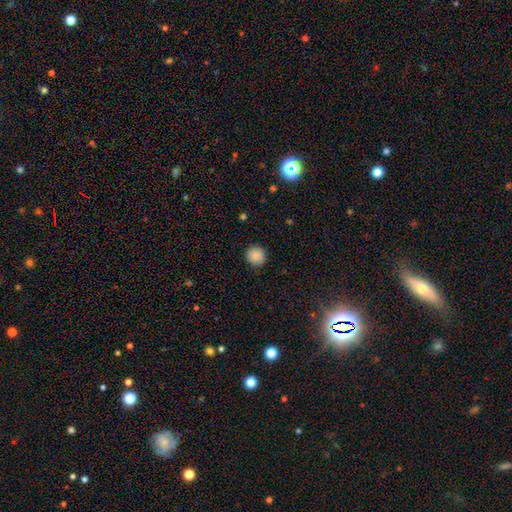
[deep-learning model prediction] smooth_or_featured: smooth (p=0.87) [alt: star or artifact p=0.09]
how_rounded: round (p=0.94) [alt: in between p=0.05]
merging: none (p=0.92) [alt: minor disturbance p=0.05]